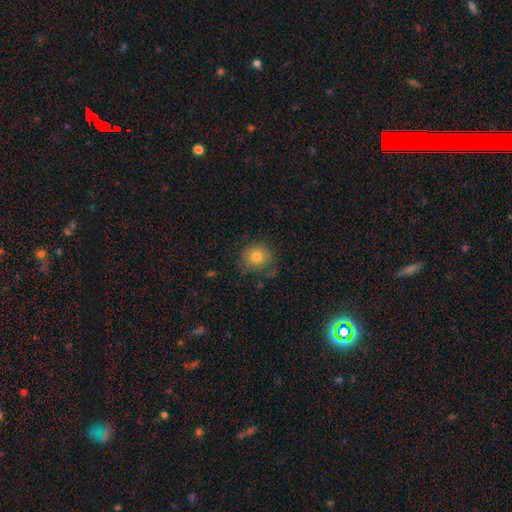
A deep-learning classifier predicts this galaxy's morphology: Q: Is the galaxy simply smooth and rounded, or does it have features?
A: smooth — 76%.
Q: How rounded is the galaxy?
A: round — 89%.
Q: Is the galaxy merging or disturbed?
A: none — 76%.